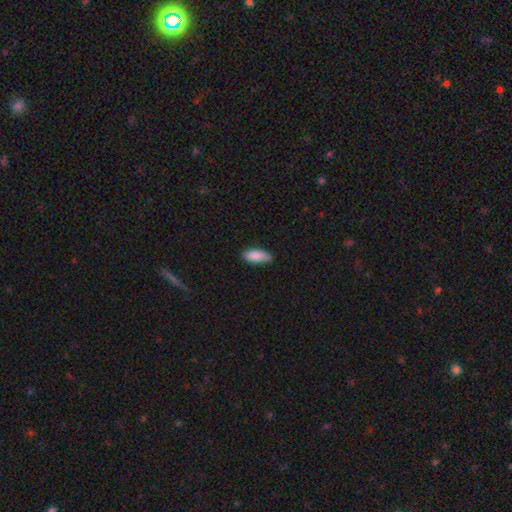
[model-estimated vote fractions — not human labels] Smooth or featured?
  - smooth: 86% *
  - featured or disk: 7%
  - star or artifact: 6%
How rounded?
  - in between: 82% *
  - cigar-shaped: 16%
  - round: 2%
Merging?
  - none: 76% *
  - minor disturbance: 20%
  - major disturbance: 3%
  - merger: 1%